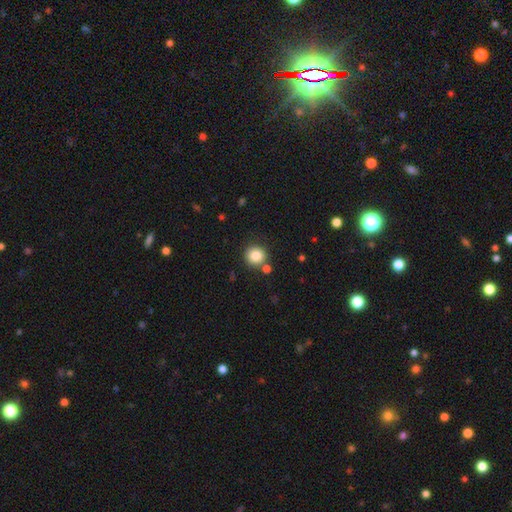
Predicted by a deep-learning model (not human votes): This appears to be a smooth galaxy with no disk features (84%) that is round (91%). Merging: none (80%).